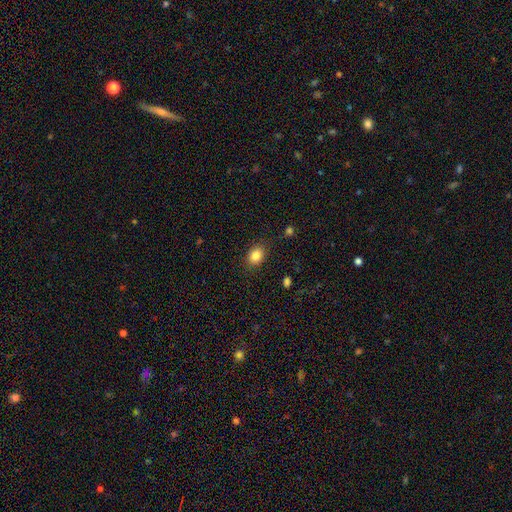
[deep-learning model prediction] The model was most divided on "how rounded": in between: 59%, round: 40%, cigar-shaped: 1%. More confident: merging — none (85%); smooth or featured — smooth (84%).